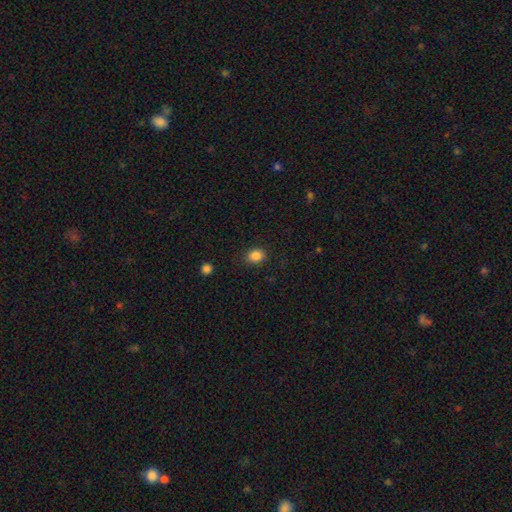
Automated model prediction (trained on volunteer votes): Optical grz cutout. It shows a smooth galaxy with no disk features (86%) that is in between round and cigar-shaped (50%). Merging: none (86%).